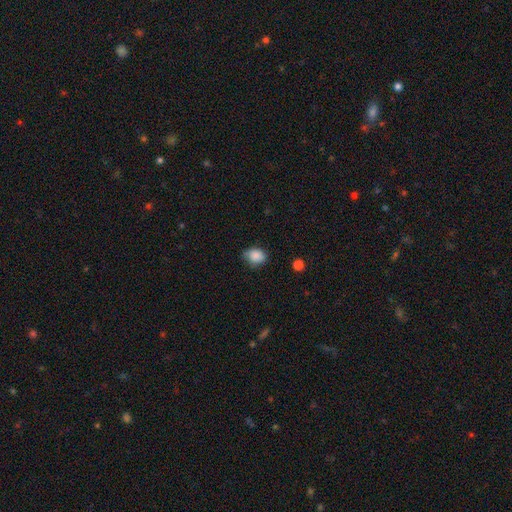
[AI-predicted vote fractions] Smooth or featured? smooth (86%)
How rounded? in between (58%)
Merging? none (63%)